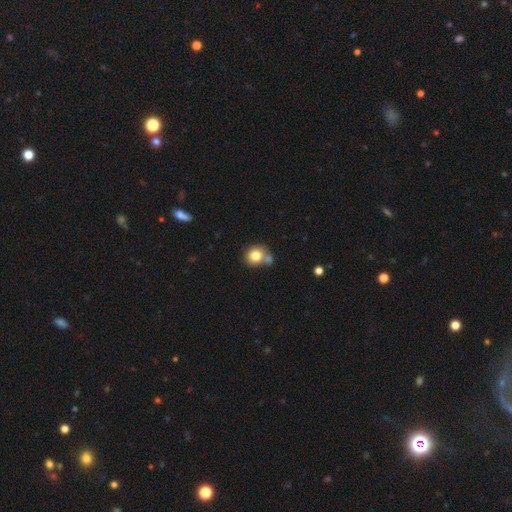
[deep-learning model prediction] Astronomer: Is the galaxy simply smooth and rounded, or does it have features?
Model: smooth — 79%.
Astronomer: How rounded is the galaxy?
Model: round — 80%.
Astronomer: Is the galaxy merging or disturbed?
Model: none — 53% (runner-up: merger, 30%).